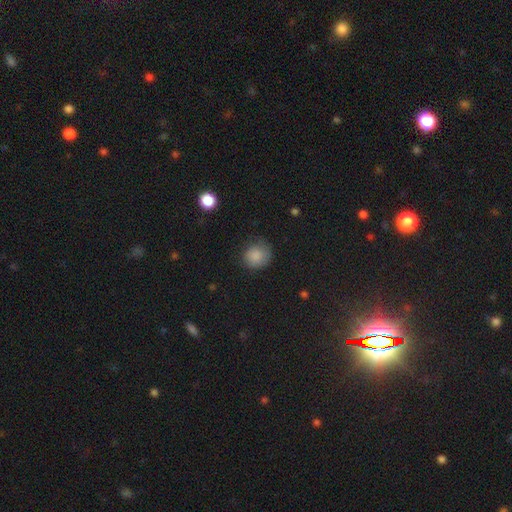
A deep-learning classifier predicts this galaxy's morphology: A smooth galaxy with no disk features (85%) that is round (85%).

Vote fractions:
- Smooth or featured? smooth: 85% / star or artifact: 9% / featured or disk: 6%
- How rounded? round: 85% / in between: 14% / cigar-shaped: 1%
- Merging? none: 69% / minor disturbance: 23% / major disturbance: 7% / merger: 1%